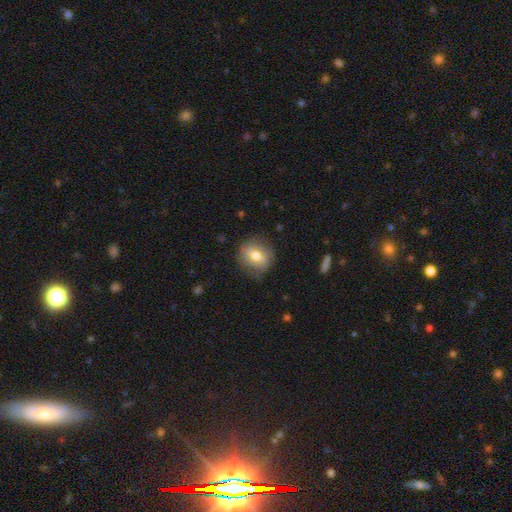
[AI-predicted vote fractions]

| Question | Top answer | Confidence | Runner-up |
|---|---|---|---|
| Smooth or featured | smooth | 68% | featured or disk (24%) |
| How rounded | round | 76% | in between (22%) |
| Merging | none | 78% | minor disturbance (17%) |